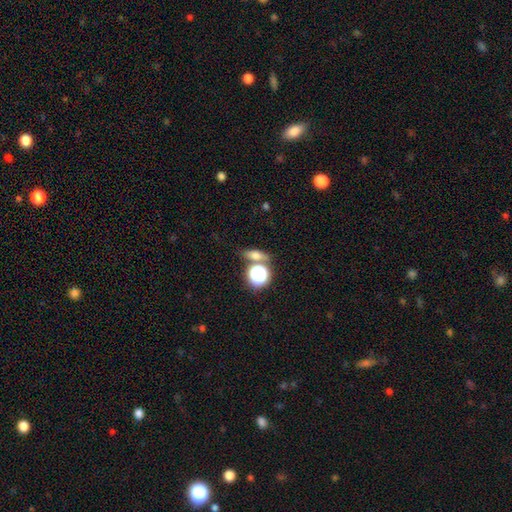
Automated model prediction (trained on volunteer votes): Smooth or featured? Predicted: smooth (p=0.60). How rounded? Predicted: in between (p=0.43). Merging? Predicted: none (p=0.68).